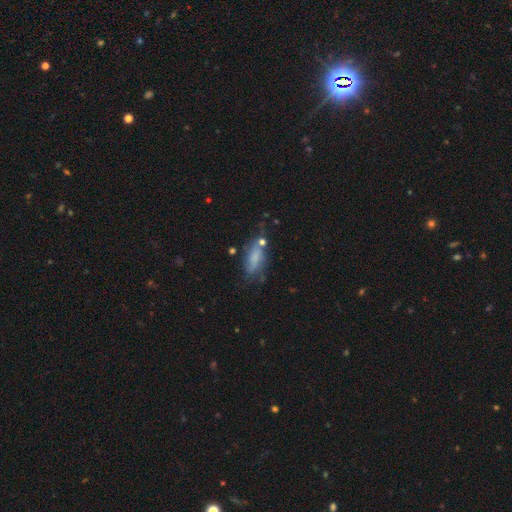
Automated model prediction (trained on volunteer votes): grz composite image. It shows a smooth galaxy with no disk features (69%) that is in between round and cigar-shaped (75%). Merging: none (50%).